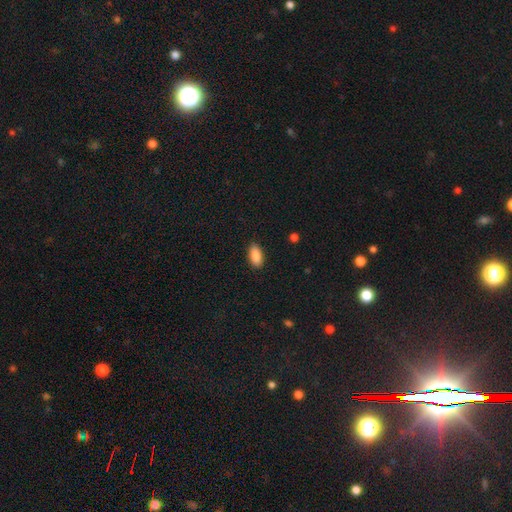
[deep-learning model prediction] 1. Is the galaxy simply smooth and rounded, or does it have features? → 89% smooth, 7% star or artifact, 4% featured or disk.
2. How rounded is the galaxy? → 92% in between, 5% cigar-shaped, 3% round.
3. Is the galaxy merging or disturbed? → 88% none, 9% minor disturbance, 2% major disturbance, 1% merger.